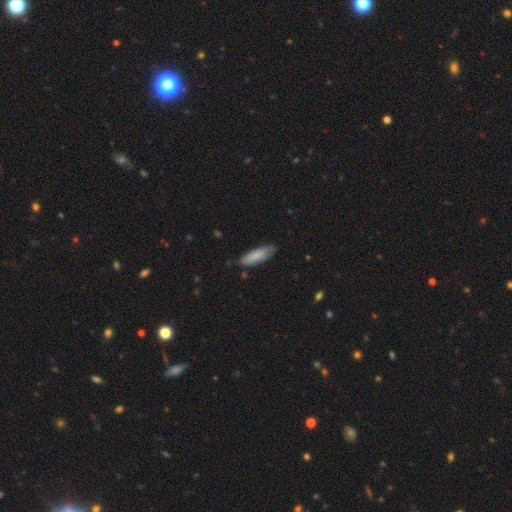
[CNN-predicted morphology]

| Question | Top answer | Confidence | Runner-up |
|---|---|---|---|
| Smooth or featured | smooth | 82% | featured or disk (13%) |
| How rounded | in between | 53% | cigar-shaped (46%) |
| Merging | none | 73% | minor disturbance (21%) |